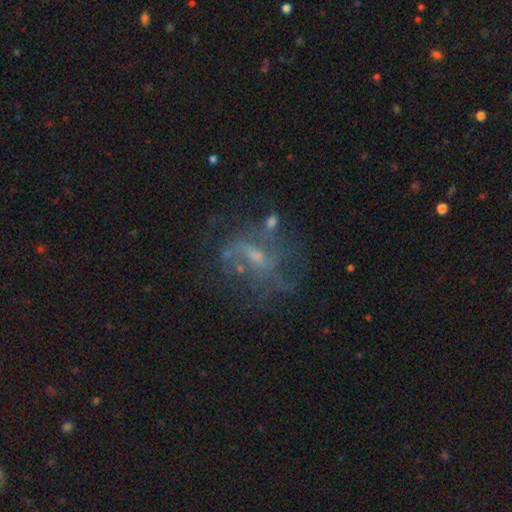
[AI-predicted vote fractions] featured or disk 64%, smooth 18%, star or artifact 17%. Down the decision tree: edge-on disk — no (96%); bar — no (49%); spiral arms — no (50%, tied with yes); bulge size — small (57%); merging — none (47%).